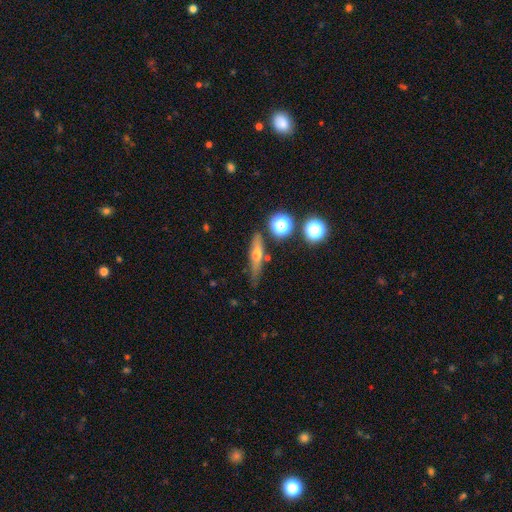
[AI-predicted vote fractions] A featured or disk galaxy (46%). Merging: none (74%).